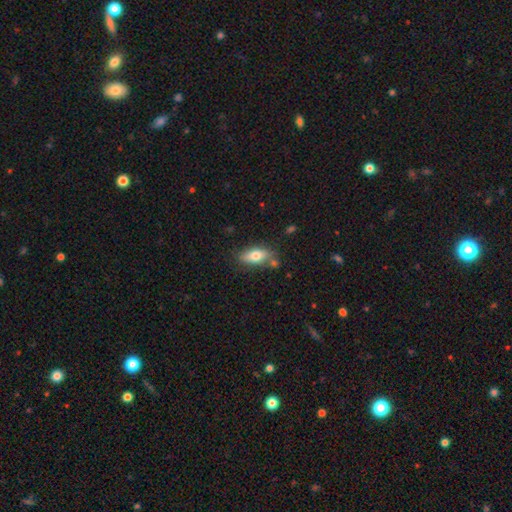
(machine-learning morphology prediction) This appears to be a smooth galaxy with no disk features (72%) that is in between round and cigar-shaped (79%). Merging: none (72%).